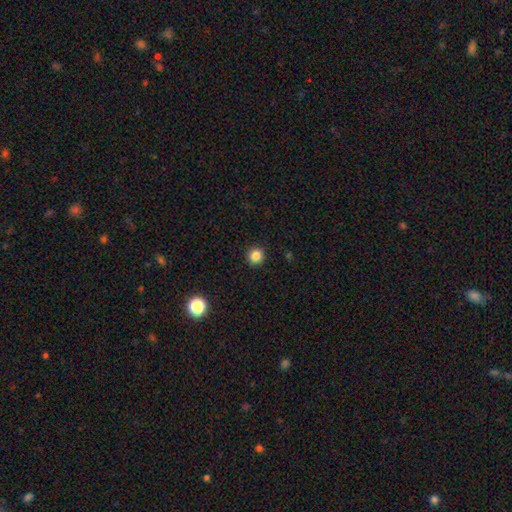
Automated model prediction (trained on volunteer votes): Overall: smooth (84%). How rounded: round (94%). Merging: none (93%).